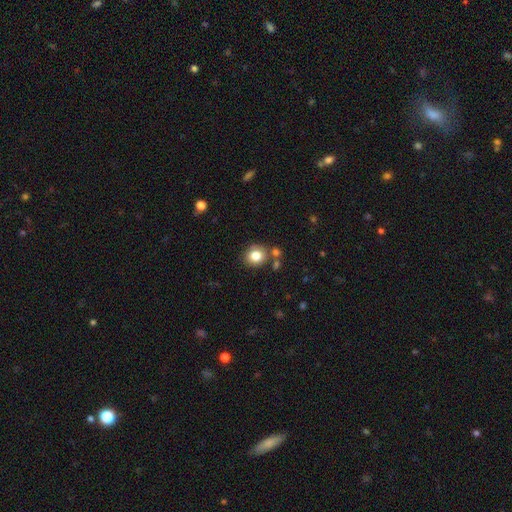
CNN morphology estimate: smooth 81%, star or artifact 11%, featured or disk 8%. Down the decision tree: how rounded — round (78%); merging — none (74%).